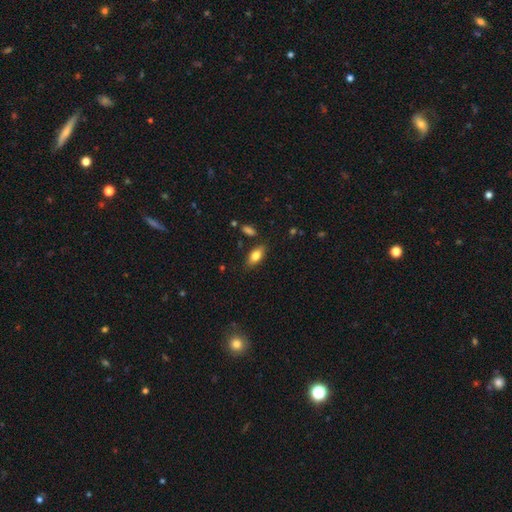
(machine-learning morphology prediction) smooth 76%, featured or disk 16%, star or artifact 8%. Down the decision tree: how rounded — in between (86%); merging — none (82%).